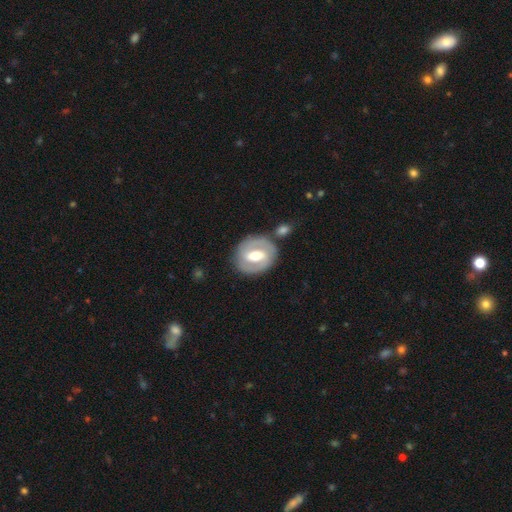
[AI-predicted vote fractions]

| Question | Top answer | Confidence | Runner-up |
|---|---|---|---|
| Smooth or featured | featured or disk | 75% | smooth (20%) |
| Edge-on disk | no | 96% | yes (4%) |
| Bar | strong | 45% | weak (42%) |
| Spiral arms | yes | 77% | no (23%) |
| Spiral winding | tight | 52% | medium (37%) |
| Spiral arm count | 2 | 83% | can't tell (9%) |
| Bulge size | moderate | 70% | large (17%) |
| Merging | none | 76% | minor disturbance (13%) |